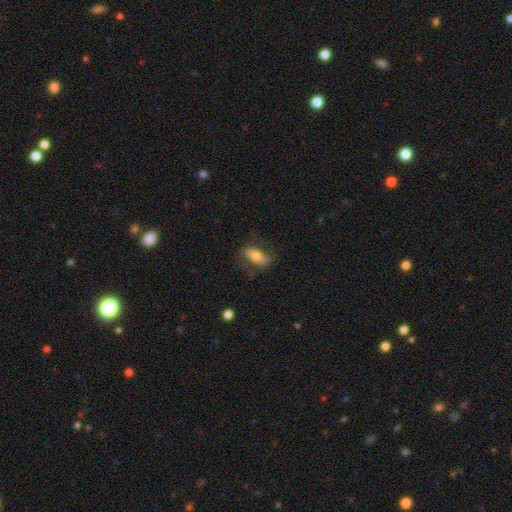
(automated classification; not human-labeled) smooth 61%, featured or disk 32%, star or artifact 7%. Down the decision tree: how rounded — in between (82%); merging — none (69%).